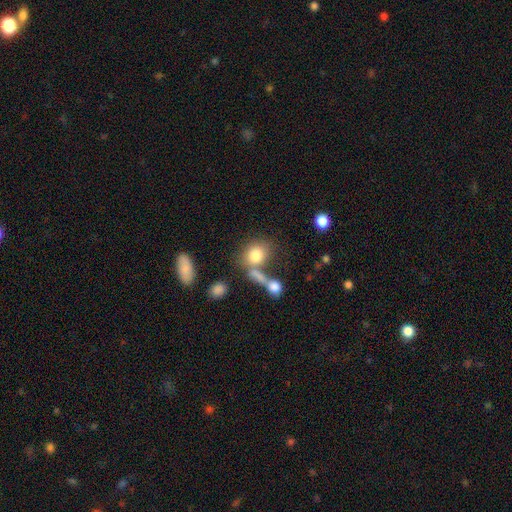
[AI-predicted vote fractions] Smooth or featured? Predicted: smooth (p=0.79). How rounded? Predicted: round (p=0.56). Merging? Predicted: none (p=0.46).